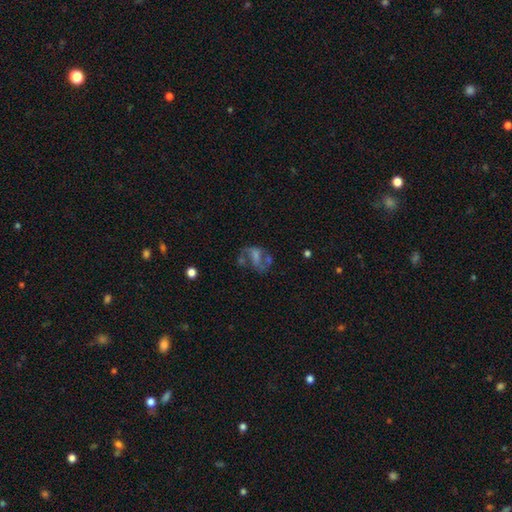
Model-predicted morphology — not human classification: A featured or disk galaxy (59%) with no bar (41%), spiral arms (66%) and no central bulge (37%).

Vote fractions:
- Smooth or featured? featured or disk: 59% / smooth: 23% / star or artifact: 18%
- Edge-on disk? no: 96% / yes: 4%
- Bar? no: 41% / weak: 40% / strong: 19%
- Spiral arms? yes: 66% / no: 34%
- Bulge size? none: 37% / small: 28% / moderate: 26% / large: 7% / dominant: 2%
- Merging? none: 45% / major disturbance: 24% / minor disturbance: 18% / merger: 13%